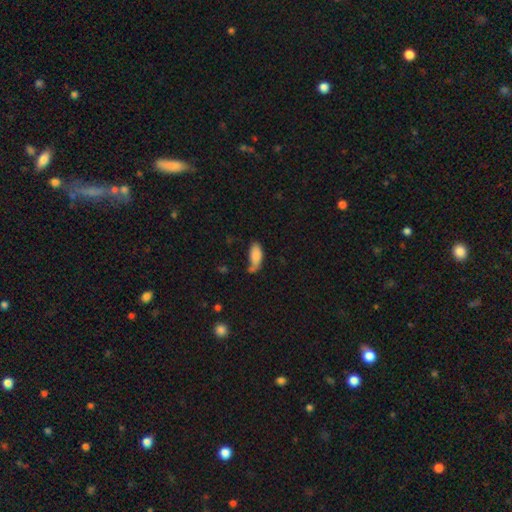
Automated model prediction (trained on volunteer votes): Smooth or featured? Predicted: smooth (p=0.84). How rounded? Predicted: in between (p=0.86). Merging? Predicted: none (p=0.44).